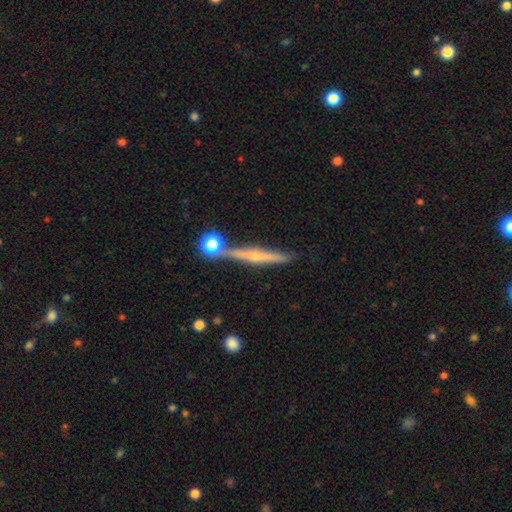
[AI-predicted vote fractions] featured or disk 69%, smooth 23%, star or artifact 8%. Down the decision tree: edge-on disk — yes (96%); edge-on bulge — rounded (79%); merging — none (76%).